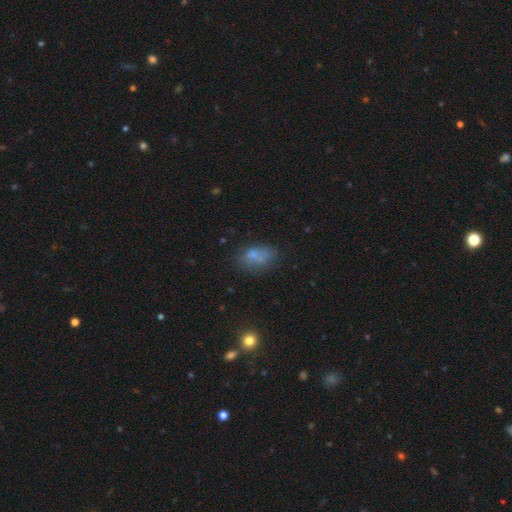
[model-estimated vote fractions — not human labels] smooth_or_featured: smooth (p=0.65) [alt: featured or disk p=0.20]
how_rounded: in between (p=0.84) [alt: round p=0.12]
merging: none (p=0.47) [alt: minor disturbance p=0.24]